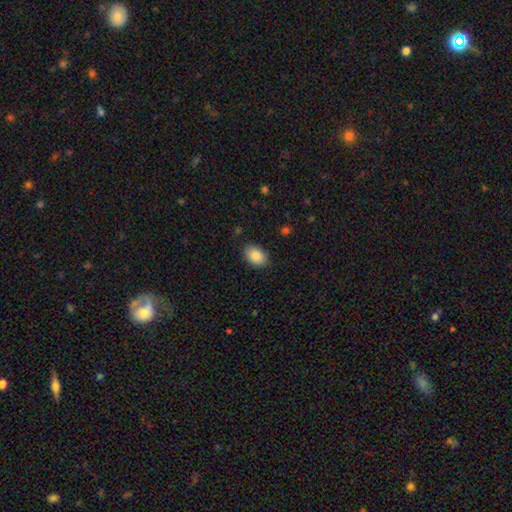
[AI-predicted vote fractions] The model was most divided on "how rounded": in between: 84%, round: 14%, cigar-shaped: 1%. More confident: smooth or featured — smooth (87%); merging — none (85%).